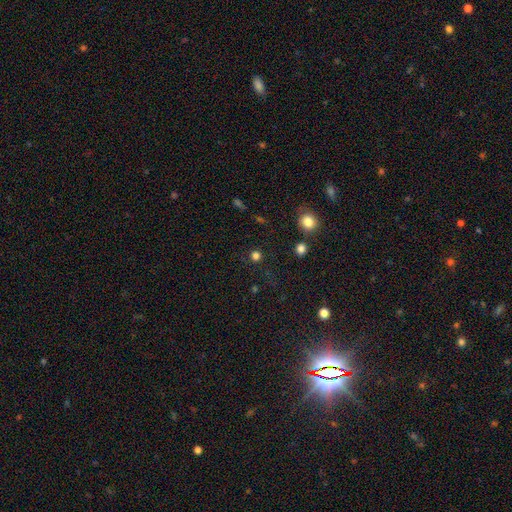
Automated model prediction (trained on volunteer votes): A smooth galaxy with no disk features (75%) that is round (91%). Merging: none (86%).